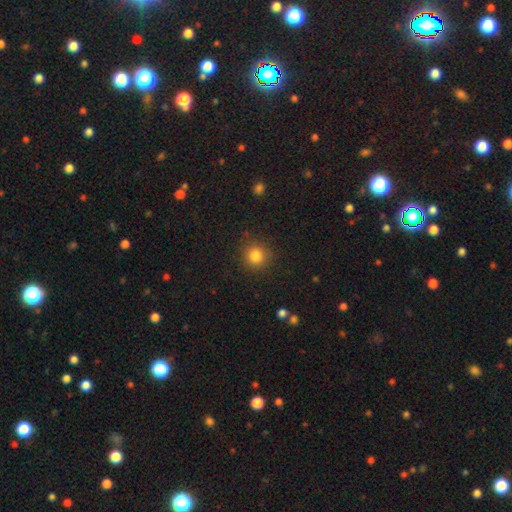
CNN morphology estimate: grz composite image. It shows a smooth galaxy with no disk features (83%) that is round (92%). Merging: none (88%).